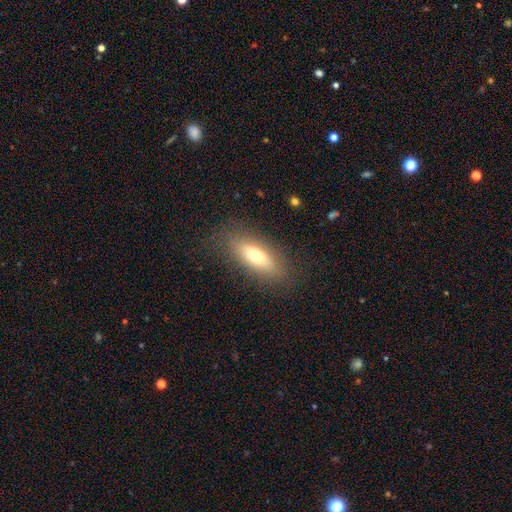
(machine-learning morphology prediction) smooth-or-featured: smooth: 67% | featured or disk: 25% | star or artifact: 8%
  how-rounded: in between: 69% | cigar-shaped: 28% | round: 3%
  merging: none: 83% | minor disturbance: 11% | major disturbance: 4% | merger: 1%